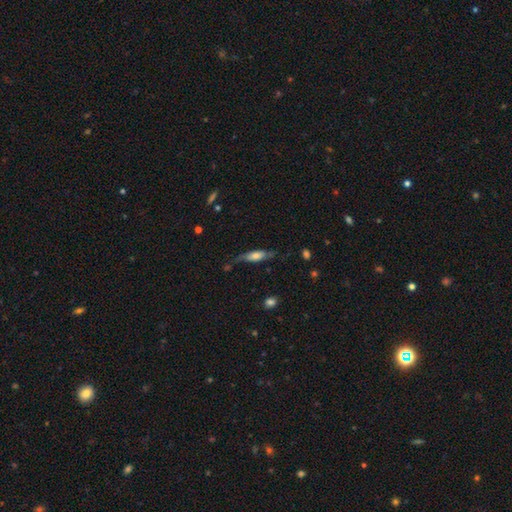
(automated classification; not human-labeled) Smooth or featured? Predicted: smooth (p=0.49). Merging? Predicted: none (p=0.58).